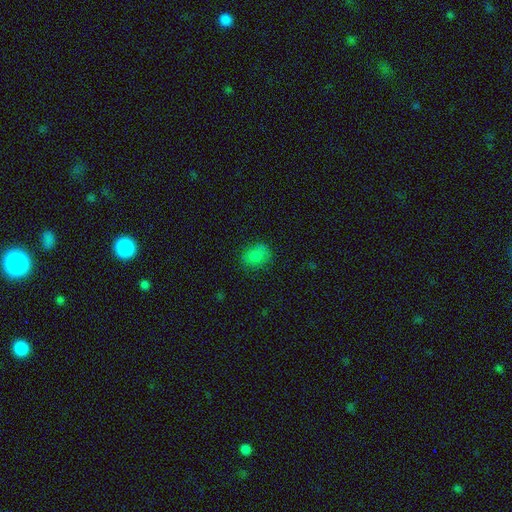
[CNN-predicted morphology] smooth_or_featured: smooth (p=0.81) [alt: star or artifact p=0.11]
how_rounded: in between (p=0.52) [alt: round p=0.47]
merging: none (p=0.74) [alt: minor disturbance p=0.19]